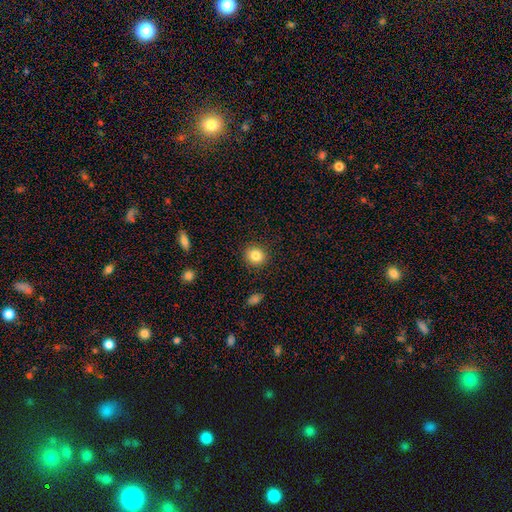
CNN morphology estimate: smooth 83%, star or artifact 10%, featured or disk 6%. Down the decision tree: how rounded — round (85%); merging — none (90%).